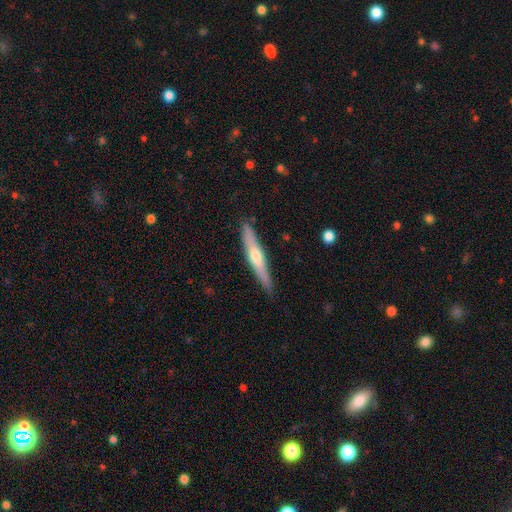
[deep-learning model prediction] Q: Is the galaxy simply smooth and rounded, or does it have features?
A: featured or disk — 54%.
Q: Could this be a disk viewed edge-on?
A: yes — 94%.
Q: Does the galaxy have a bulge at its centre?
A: rounded — 82%.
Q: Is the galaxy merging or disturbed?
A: none — 87%.